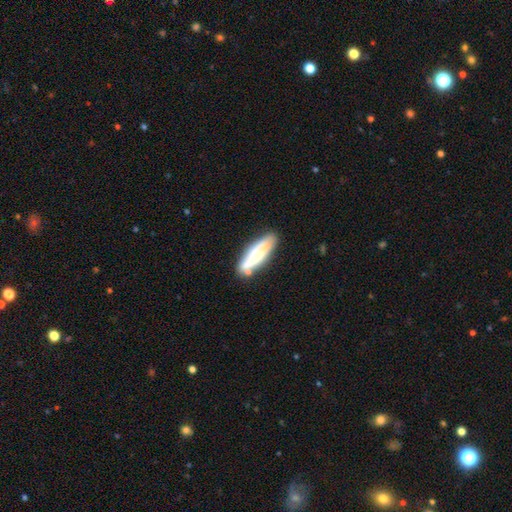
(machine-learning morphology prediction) type=smooth (62%); roundness=cigar-shaped (53%); merging=none (68%).